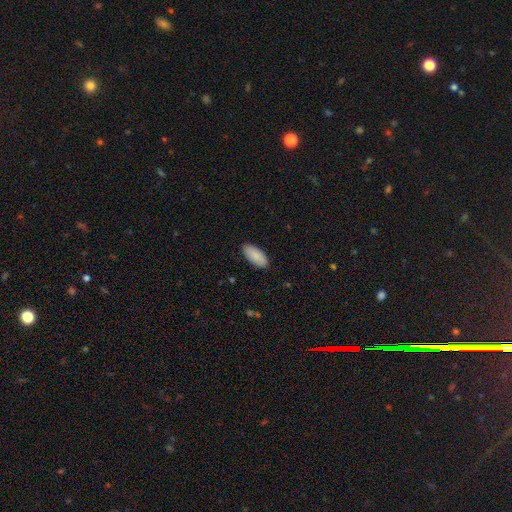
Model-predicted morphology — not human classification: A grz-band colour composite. It shows a smooth galaxy with no disk features (89%) that is in between round and cigar-shaped (89%). Merging: none (87%).